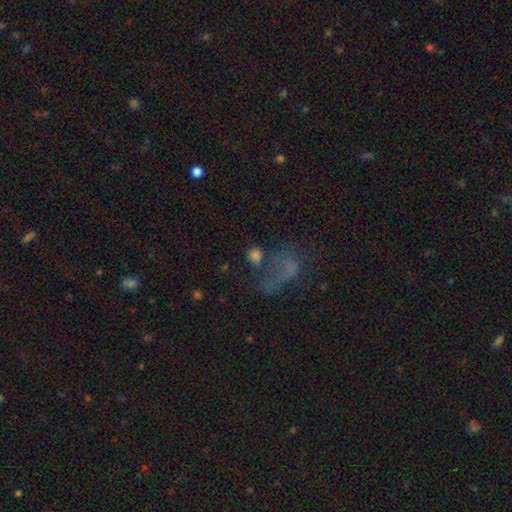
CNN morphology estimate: A smooth galaxy with no disk features (64%) that is round (69%).

Vote fractions:
- Smooth or featured? smooth: 64% / star or artifact: 20% / featured or disk: 15%
- How rounded? round: 69% / in between: 29% / cigar-shaped: 2%
- Merging? none: 43% / merger: 22% / major disturbance: 22% / minor disturbance: 13%